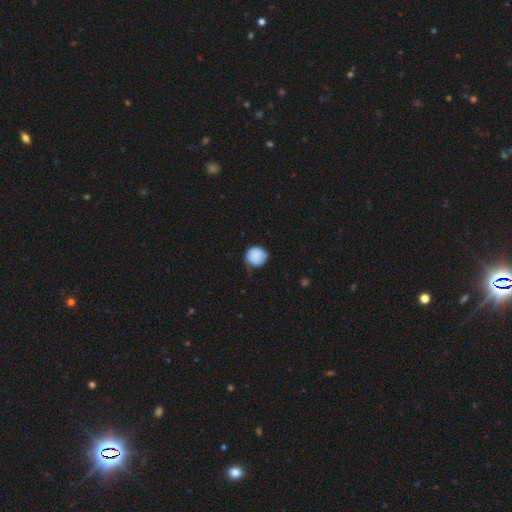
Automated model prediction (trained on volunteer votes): smooth_or_featured: smooth (p=0.87) [alt: star or artifact p=0.07]
how_rounded: round (p=0.91) [alt: in between p=0.08]
merging: none (p=0.67) [alt: minor disturbance p=0.27]